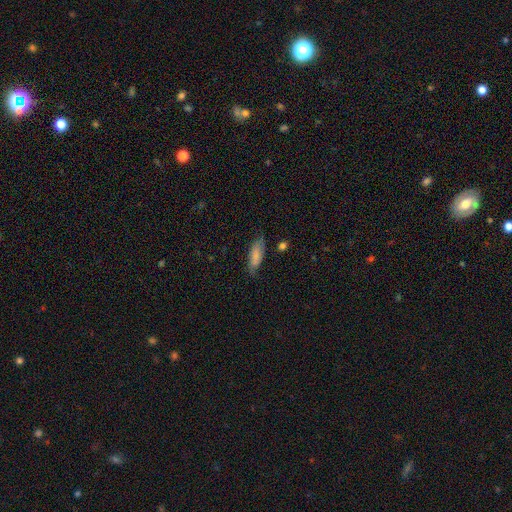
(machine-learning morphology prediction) Overall: smooth (77%). How rounded: in between (64%; cigar-shaped 34%). Merging: none (71%).